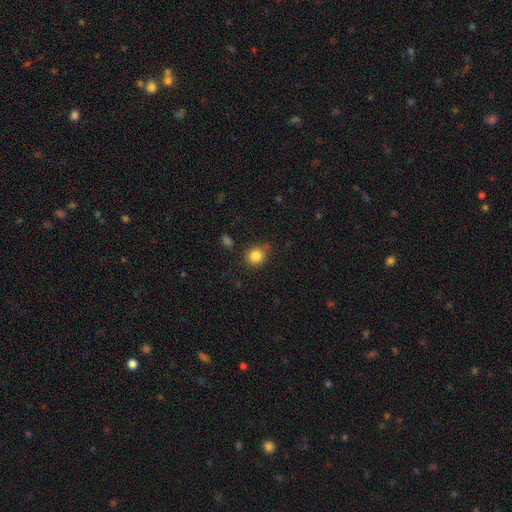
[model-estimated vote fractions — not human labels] A smooth galaxy with no disk features (85%) that is round (82%). Merging: none (79%).